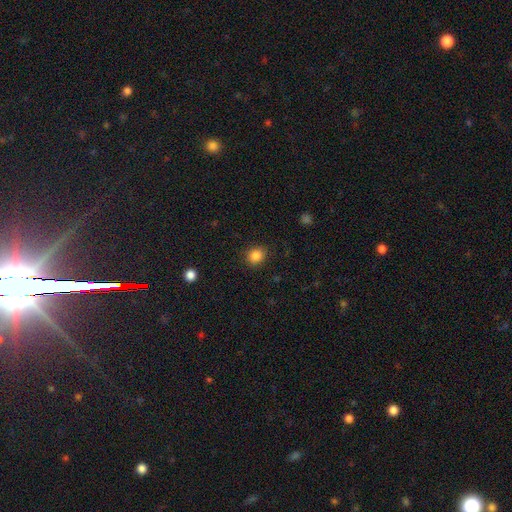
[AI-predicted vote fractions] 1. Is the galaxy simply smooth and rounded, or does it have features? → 86% smooth, 10% star or artifact, 4% featured or disk.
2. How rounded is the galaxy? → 71% round, 28% in between, 1% cigar-shaped.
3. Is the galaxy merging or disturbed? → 88% none, 8% minor disturbance, 3% major disturbance, 1% merger.